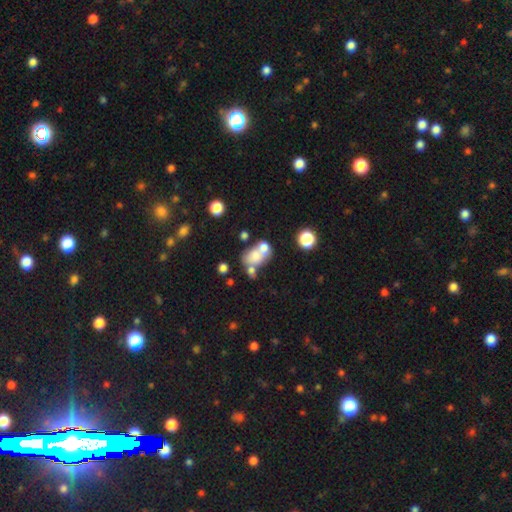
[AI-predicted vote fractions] smooth 61%, featured or disk 28%, star or artifact 12%. Down the decision tree: how rounded — in between (68%); merging — merger (54%).